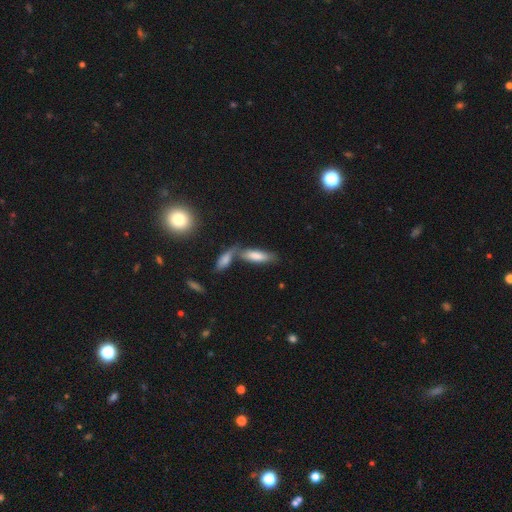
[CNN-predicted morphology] This is likely a smooth galaxy (66%). How rounded: possibly in between (50%). Merging: possibly none (45%).